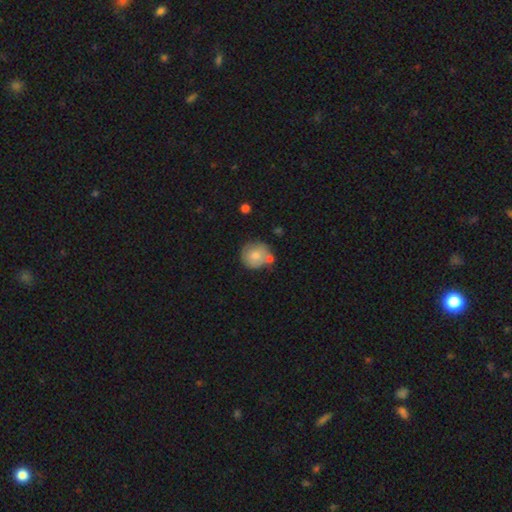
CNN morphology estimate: This is likely a smooth galaxy (74%). How rounded: clearly round (92%). Merging: likely none (65%).